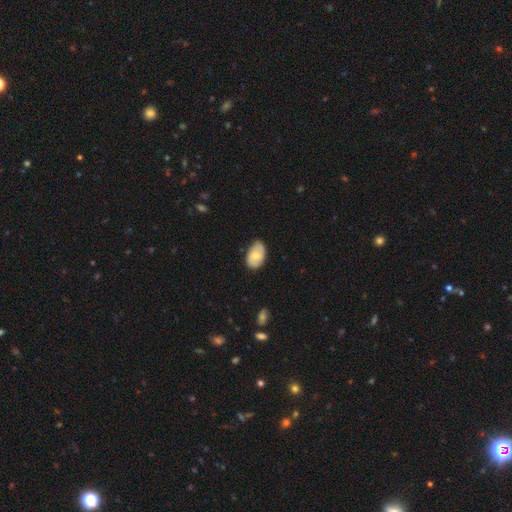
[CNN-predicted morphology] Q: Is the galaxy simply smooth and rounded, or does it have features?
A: smooth — 71%.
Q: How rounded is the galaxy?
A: in between — 92%.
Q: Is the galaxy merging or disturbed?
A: none — 71%.